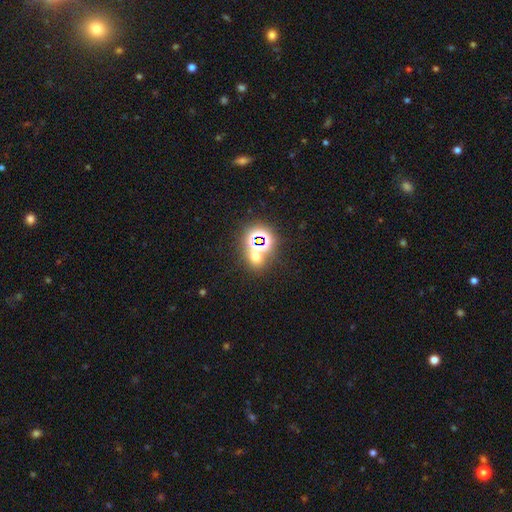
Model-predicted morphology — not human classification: This appears to be a star or artifact, not a galaxy (49%).